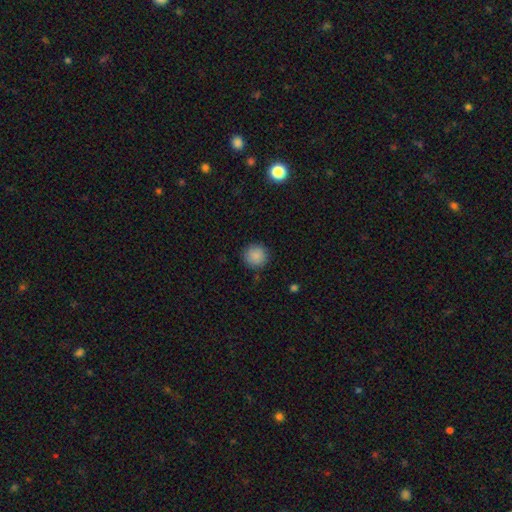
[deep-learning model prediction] Smooth or featured: smooth — 88% (star or artifact — 9%)
How rounded: round — 94% (in between — 5%)
Merging: none — 89% (minor disturbance — 7%)